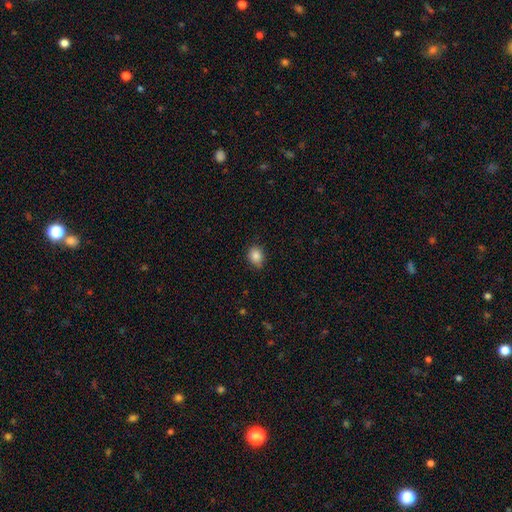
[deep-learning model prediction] Smooth or featured?
  - smooth: 86% *
  - star or artifact: 9%
  - featured or disk: 5%
How rounded?
  - round: 51% *
  - in between: 48%
  - cigar-shaped: 1%
Merging?
  - none: 78% *
  - minor disturbance: 18%
  - major disturbance: 3%
  - merger: 1%